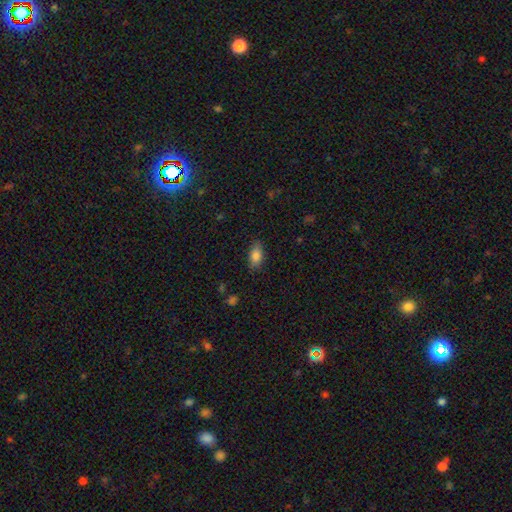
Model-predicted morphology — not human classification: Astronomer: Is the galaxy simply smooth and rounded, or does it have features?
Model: smooth — 84%.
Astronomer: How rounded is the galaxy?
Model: in between — 89%.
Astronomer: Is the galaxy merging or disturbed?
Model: none — 84%.